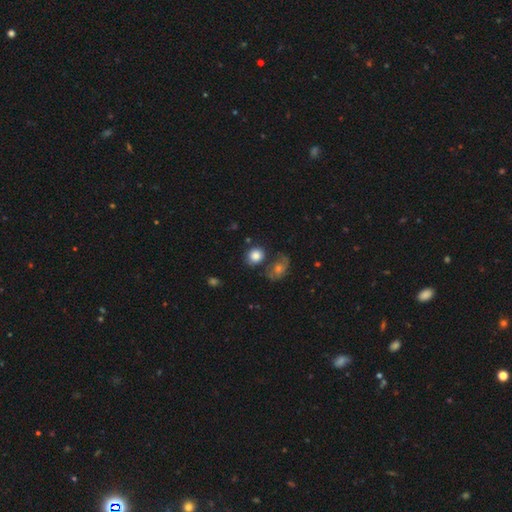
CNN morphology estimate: Smooth or featured? Predicted: smooth (p=0.82). How rounded? Predicted: round (p=0.79). Merging? Predicted: none (p=0.65).